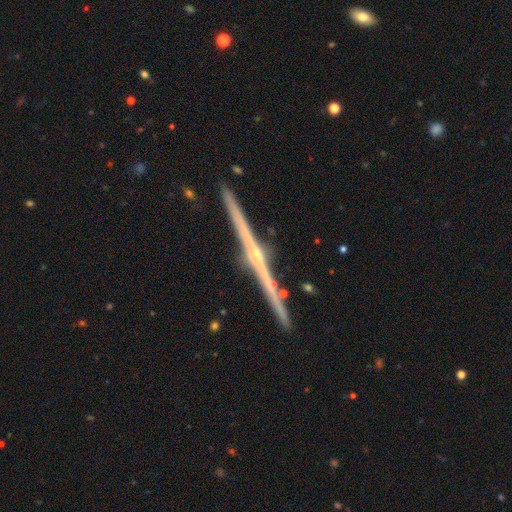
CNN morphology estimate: The model was most divided on "edge-on bulge": rounded: 71%, none: 21%, boxy: 9%. More confident: edge-on disk — yes (99%); merging — none (90%); smooth or featured — featured or disk (88%).